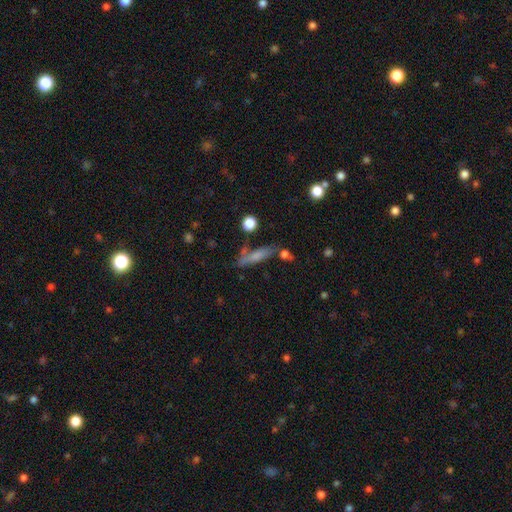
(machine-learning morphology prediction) smooth_or_featured: smooth (p=0.65) [alt: featured or disk p=0.25]
how_rounded: cigar-shaped (p=0.76) [alt: in between p=0.20]
merging: none (p=0.66) [alt: minor disturbance p=0.17]